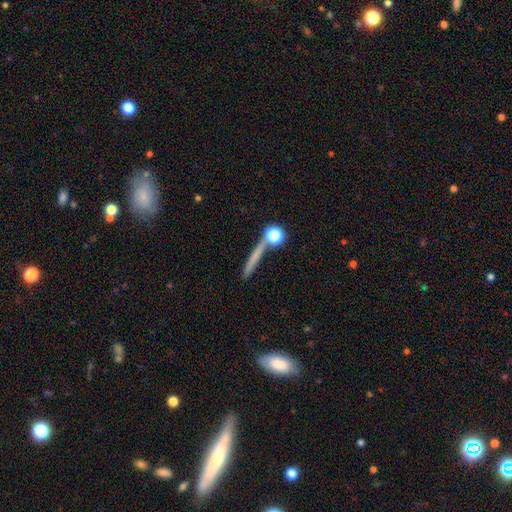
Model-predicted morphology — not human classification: Smooth or featured: smooth — 57% (featured or disk — 29%)
How rounded: cigar-shaped — 72% (round — 19%)
Merging: none — 71% (merger — 12%)